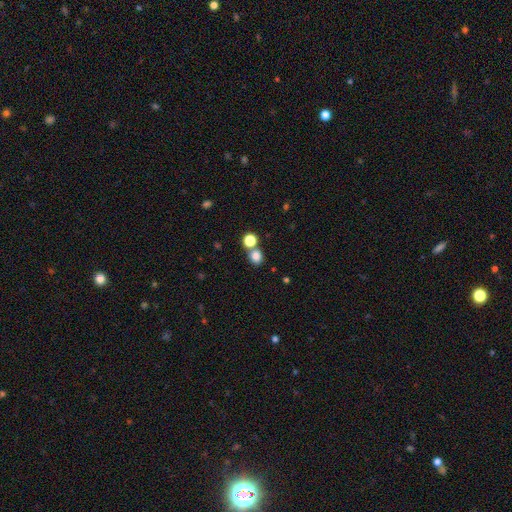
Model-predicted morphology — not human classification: This appears to be a smooth galaxy with no disk features (81%) that is round (71%). Merging: none (60%).